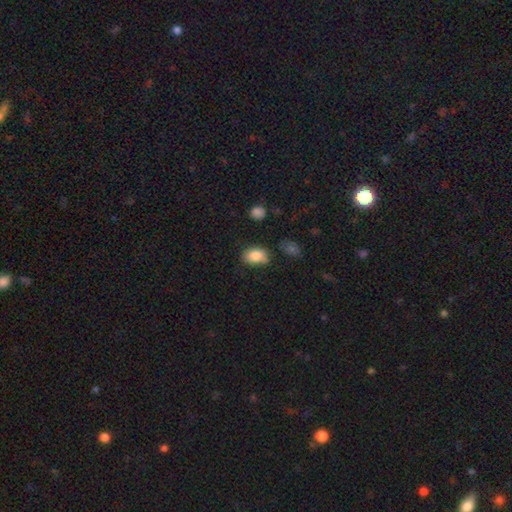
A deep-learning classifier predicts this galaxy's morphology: smooth-or-featured: smooth: 85% | star or artifact: 8% | featured or disk: 7%
  how-rounded: in between: 86% | round: 13% | cigar-shaped: 1%
  merging: none: 66% | minor disturbance: 25% | major disturbance: 6% | merger: 4%